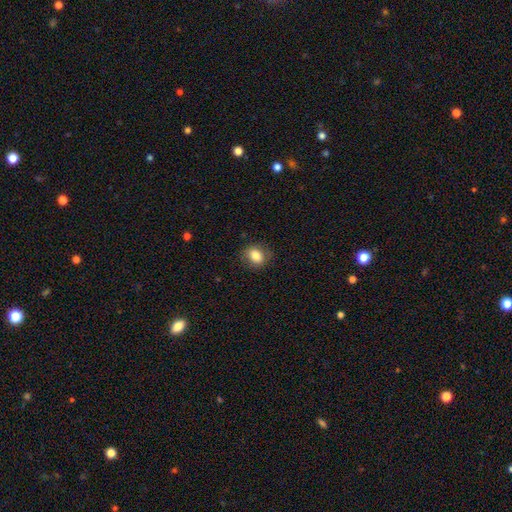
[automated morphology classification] Smooth or featured? Predicted: smooth (p=0.83). How rounded? Predicted: round (p=0.52). Merging? Predicted: none (p=0.83).